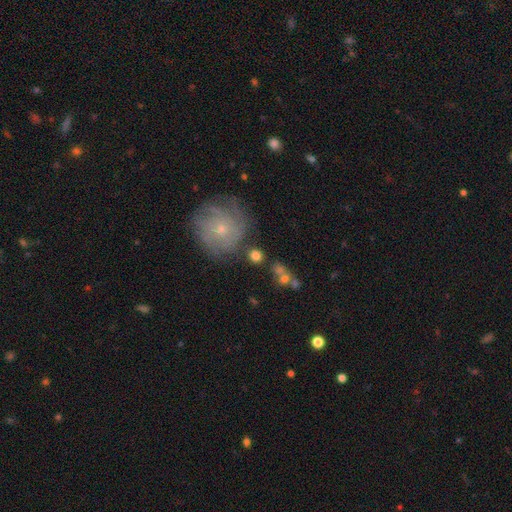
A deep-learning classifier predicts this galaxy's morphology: A smooth galaxy with no disk features (72%) that is round (85%). Merging: none (69%).